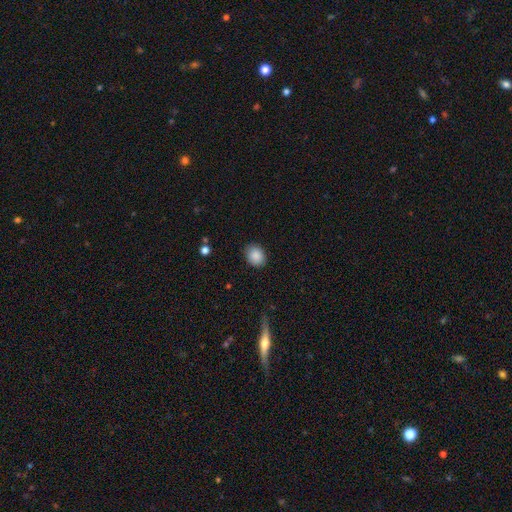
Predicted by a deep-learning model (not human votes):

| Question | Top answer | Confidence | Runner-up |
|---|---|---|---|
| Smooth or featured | smooth | 88% | star or artifact (8%) |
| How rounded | in between | 51% | round (48%) |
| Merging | none | 88% | minor disturbance (9%) |